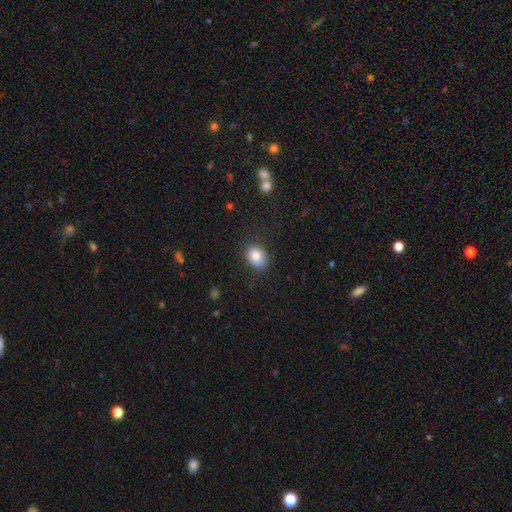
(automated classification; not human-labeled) Smooth or featured: smooth — 82% (star or artifact — 9%)
How rounded: in between — 62% (round — 37%)
Merging: none — 81% (minor disturbance — 15%)